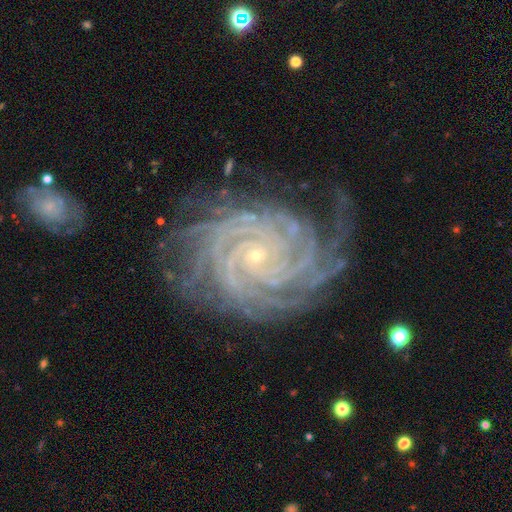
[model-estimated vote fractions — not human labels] Morphology: type=featured or disk (92%); edge-on=no (98%); bar=no (74%); spiral arms=yes (99%); winding=tight (86%); arm count=more than 4 (31%); bulge=small (88%); merging=none (72%).